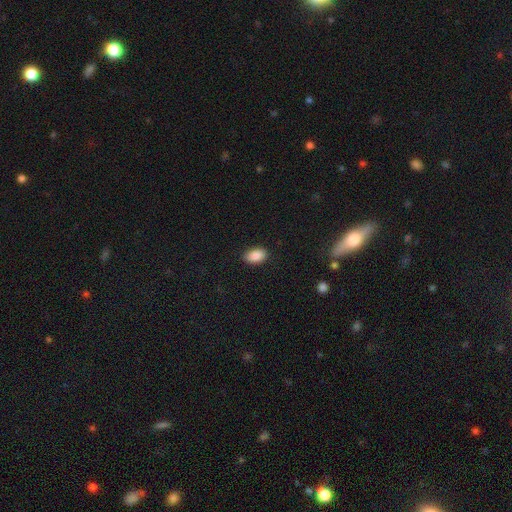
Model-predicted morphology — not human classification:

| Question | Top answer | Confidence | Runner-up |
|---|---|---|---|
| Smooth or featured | smooth | 89% | star or artifact (7%) |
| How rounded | in between | 90% | round (9%) |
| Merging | none | 88% | minor disturbance (9%) |